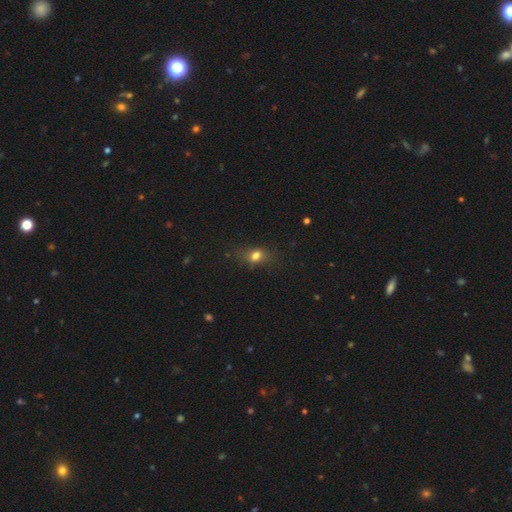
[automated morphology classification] Smooth or featured? Predicted: smooth (p=0.74). How rounded? Predicted: in between (p=0.61). Merging? Predicted: none (p=0.76).